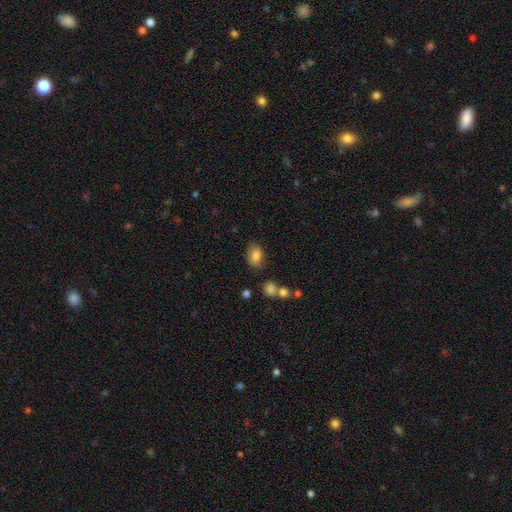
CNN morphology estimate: smooth_or_featured: smooth (p=0.82) [alt: featured or disk p=0.09]
how_rounded: in between (p=0.80) [alt: round p=0.19]
merging: none (p=0.77) [alt: minor disturbance p=0.15]